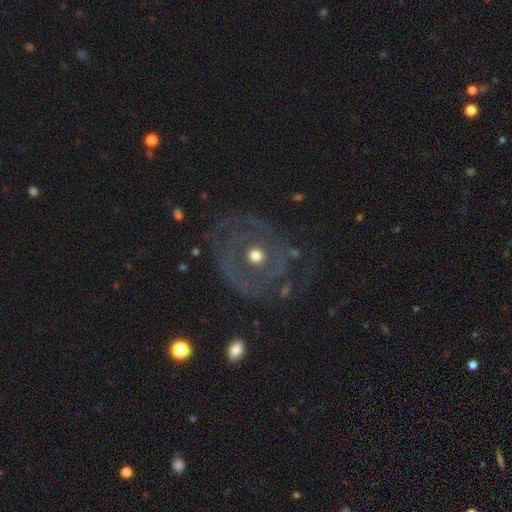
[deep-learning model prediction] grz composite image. It shows a featured or disk galaxy (70%) with no bar (89%), spiral arms (53%) and a moderate central bulge (68%). Merging: none (64%).